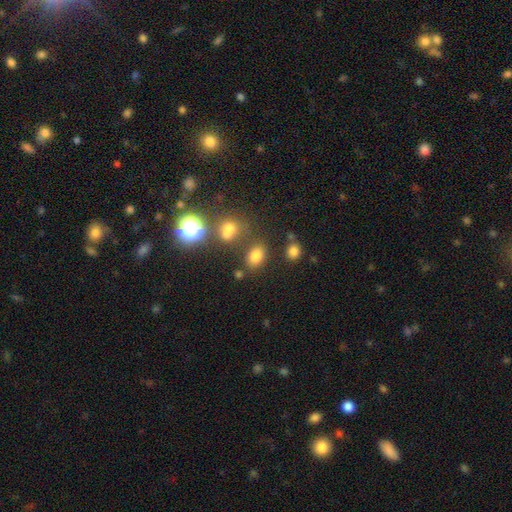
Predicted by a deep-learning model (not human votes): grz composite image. It shows a smooth galaxy with no disk features (76%) that is in between round and cigar-shaped (75%). Merging: none (72%).